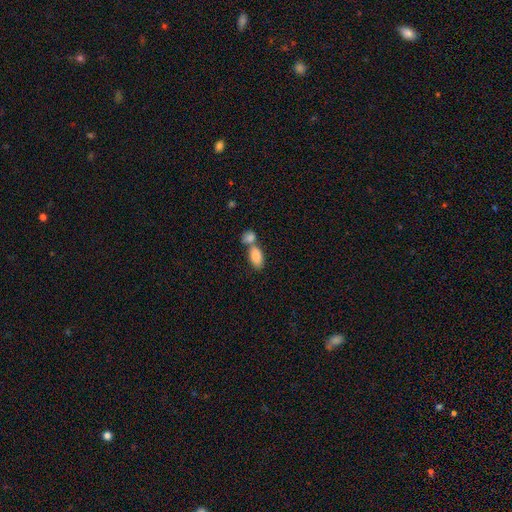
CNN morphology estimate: This is clearly a smooth galaxy (85%). How rounded: clearly in between (92%). Merging: possibly merger (54%).